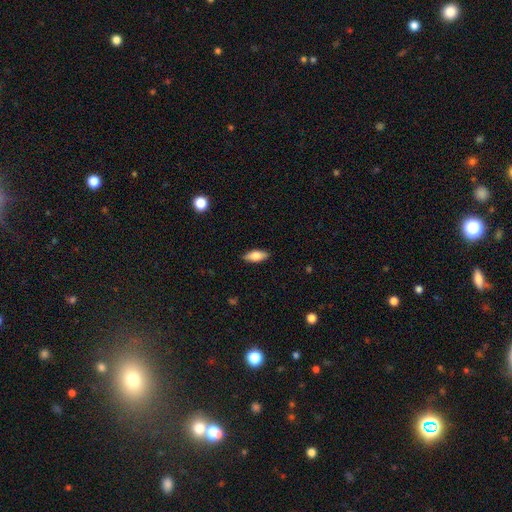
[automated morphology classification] A smooth galaxy with no disk features (76%) that is in between round and cigar-shaped (78%). Merging: none (88%).